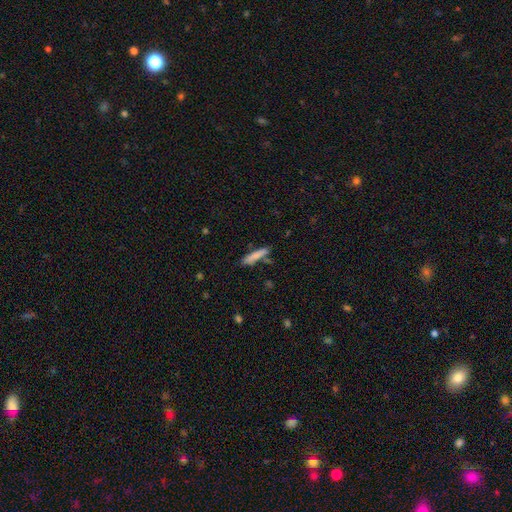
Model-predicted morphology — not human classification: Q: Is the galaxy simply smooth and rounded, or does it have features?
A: smooth — 79%.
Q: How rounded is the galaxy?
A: cigar-shaped — 88%.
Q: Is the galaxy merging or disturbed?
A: none — 75%.